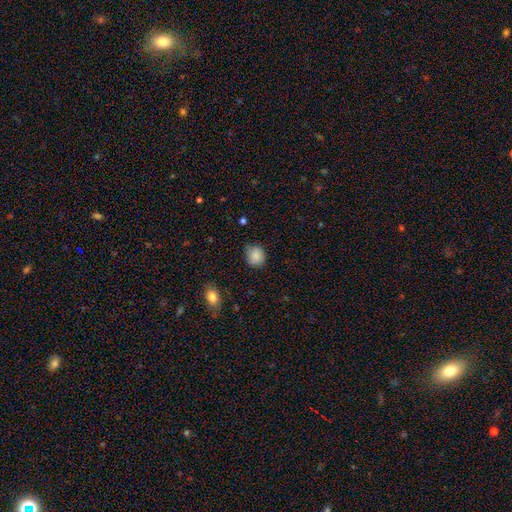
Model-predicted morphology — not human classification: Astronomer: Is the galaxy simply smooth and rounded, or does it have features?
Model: smooth — 85%.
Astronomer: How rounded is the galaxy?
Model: round — 72%.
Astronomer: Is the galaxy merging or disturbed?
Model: none — 68%.